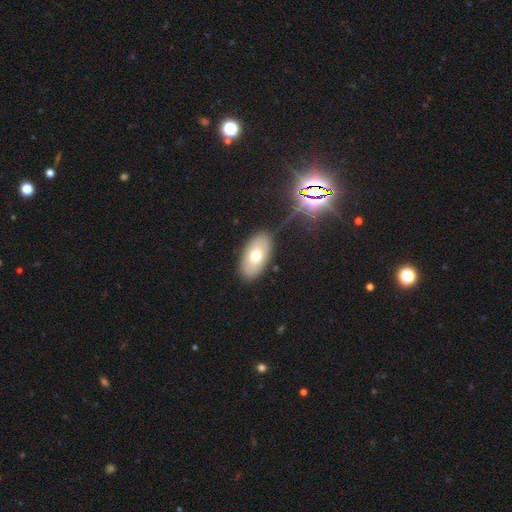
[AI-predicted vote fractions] smooth-or-featured: smooth: 68% | featured or disk: 22% | star or artifact: 10%
  how-rounded: in between: 93% | round: 5% | cigar-shaped: 2%
  merging: none: 85% | minor disturbance: 10% | major disturbance: 3% | merger: 2%